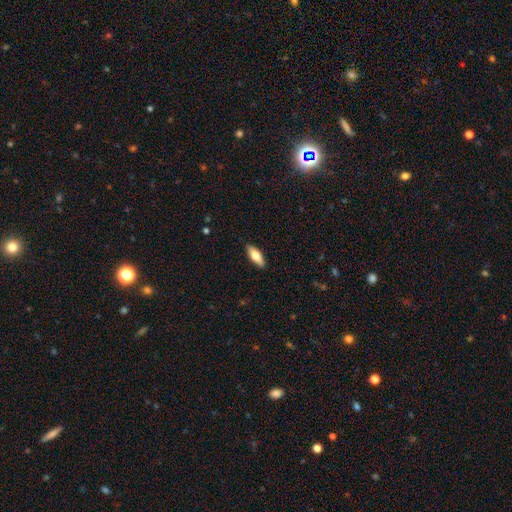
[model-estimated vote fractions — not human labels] A smooth galaxy with no disk features (69%) that is in between round and cigar-shaped (68%).

Vote fractions:
- Smooth or featured? smooth: 69% / featured or disk: 25% / star or artifact: 6%
- How rounded? in between: 68% / cigar-shaped: 30% / round: 2%
- Merging? none: 90% / minor disturbance: 8% / major disturbance: 2% / merger: 1%